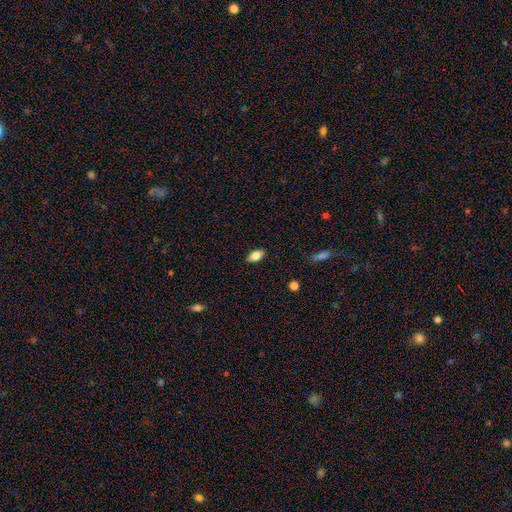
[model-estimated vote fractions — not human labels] smooth-or-featured: smooth: 80% | featured or disk: 12% | star or artifact: 8%
  how-rounded: in between: 89% | cigar-shaped: 6% | round: 5%
  merging: none: 87% | minor disturbance: 10% | major disturbance: 2% | merger: 1%